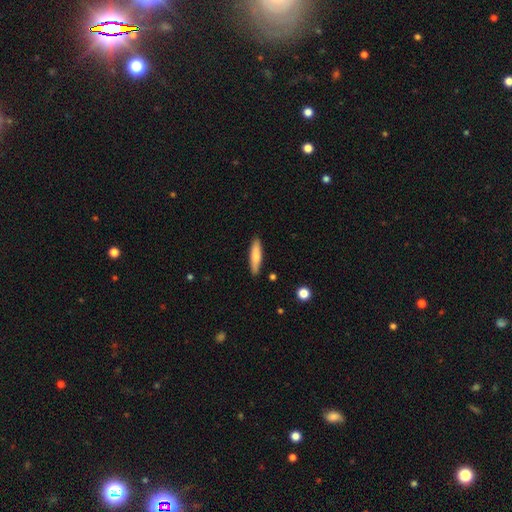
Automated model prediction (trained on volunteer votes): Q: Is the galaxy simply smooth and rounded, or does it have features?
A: smooth — 75%.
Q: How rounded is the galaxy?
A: cigar-shaped — 77%.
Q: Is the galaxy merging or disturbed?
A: none — 87%.